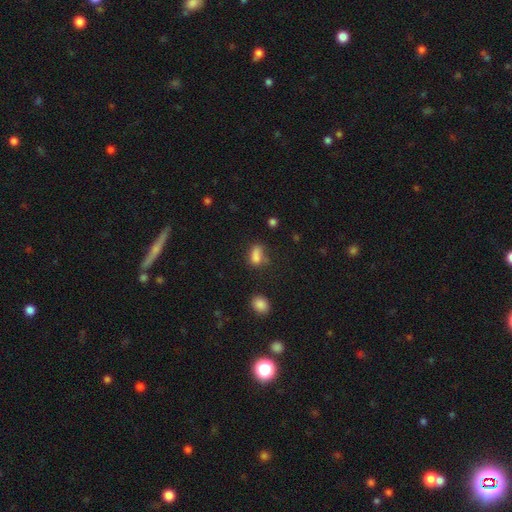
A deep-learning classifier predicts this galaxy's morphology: smooth 78%, star or artifact 13%, featured or disk 9%. Down the decision tree: how rounded — in between (76%); merging — none (44%).